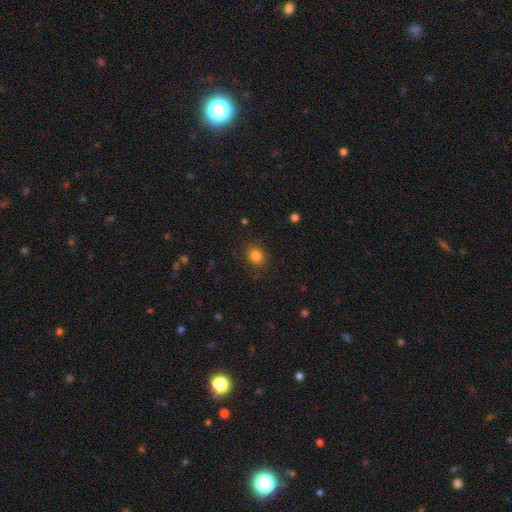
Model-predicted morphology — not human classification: A smooth galaxy with no disk features (82%) that is round (70%).

Vote fractions:
- Smooth or featured? smooth: 82% / star or artifact: 12% / featured or disk: 5%
- How rounded? round: 70% / in between: 29% / cigar-shaped: 1%
- Merging? none: 86% / minor disturbance: 10% / major disturbance: 3% / merger: 1%